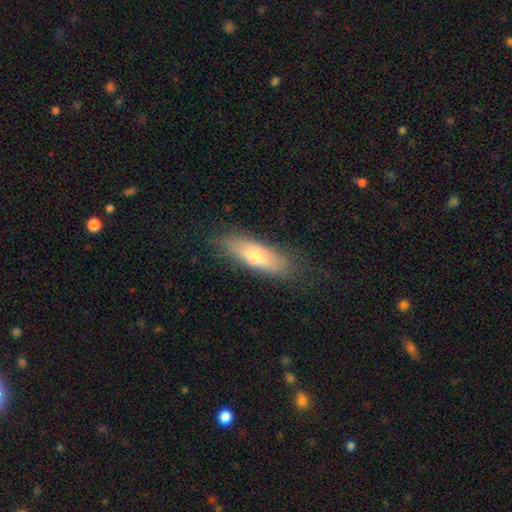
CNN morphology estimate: Smooth or featured? Predicted: smooth (p=0.64). How rounded? Predicted: cigar-shaped (p=0.50). Merging? Predicted: none (p=0.75).